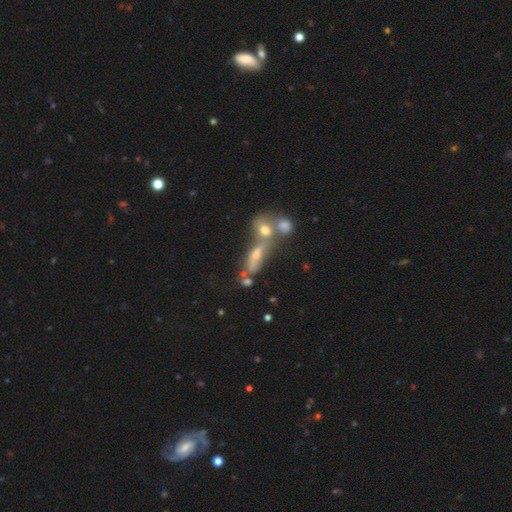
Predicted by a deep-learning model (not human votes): smooth_or_featured: smooth (p=0.56) [alt: featured or disk p=0.29]
how_rounded: in between (p=0.52) [alt: cigar-shaped p=0.35]
merging: merger (p=0.52) [alt: none p=0.26]